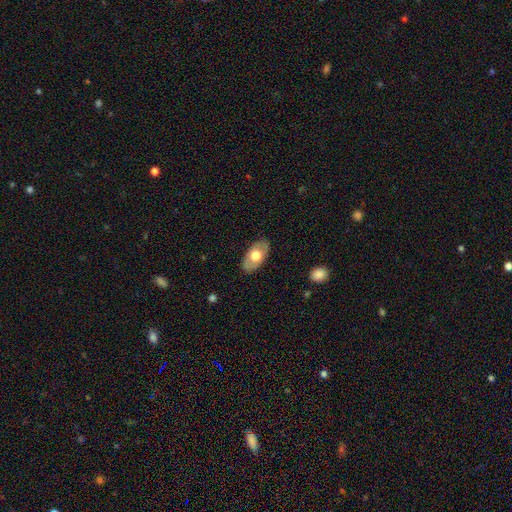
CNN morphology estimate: A smooth galaxy with no disk features (58%) that is in between round and cigar-shaped (93%). Merging: none (84%).